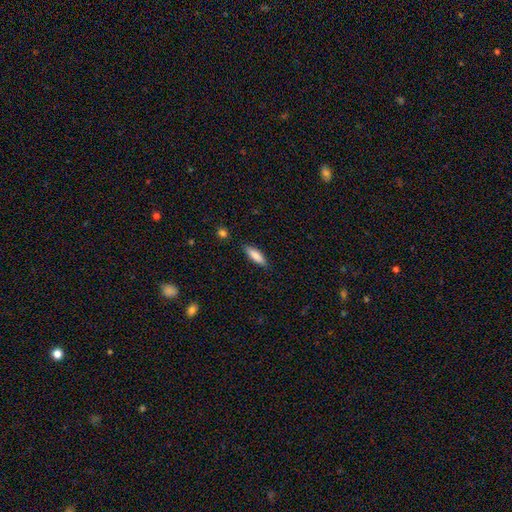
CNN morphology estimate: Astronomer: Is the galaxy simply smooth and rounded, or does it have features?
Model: smooth — 85%.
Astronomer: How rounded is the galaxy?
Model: cigar-shaped — 49%, tied with in between at 49%.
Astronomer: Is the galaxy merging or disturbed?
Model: none — 85%.